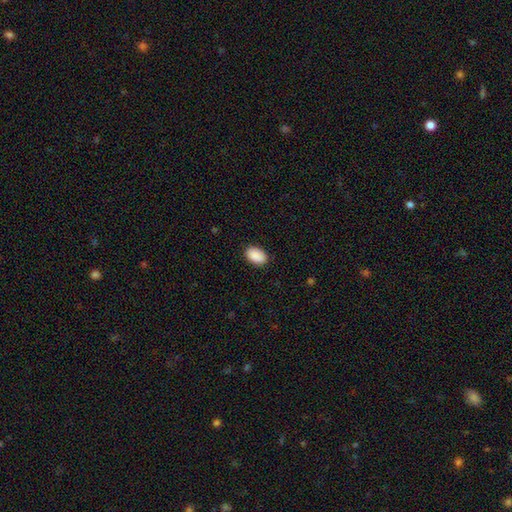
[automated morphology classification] Smooth or featured: smooth — 91% (star or artifact — 7%)
How rounded: in between — 91% (round — 8%)
Merging: none — 88% (minor disturbance — 9%)